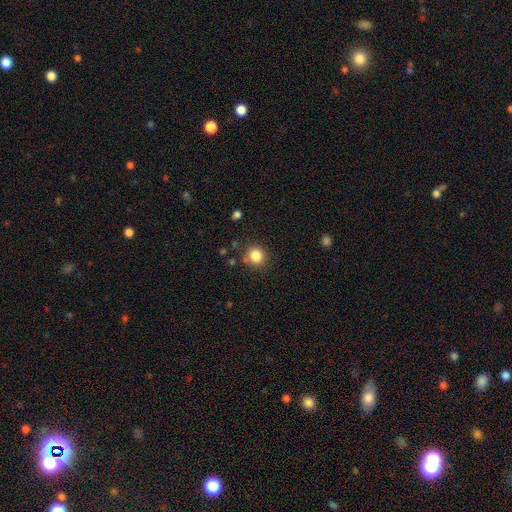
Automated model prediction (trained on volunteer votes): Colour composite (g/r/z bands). It shows a smooth galaxy with no disk features (84%) that is round (84%). Merging: none (84%).